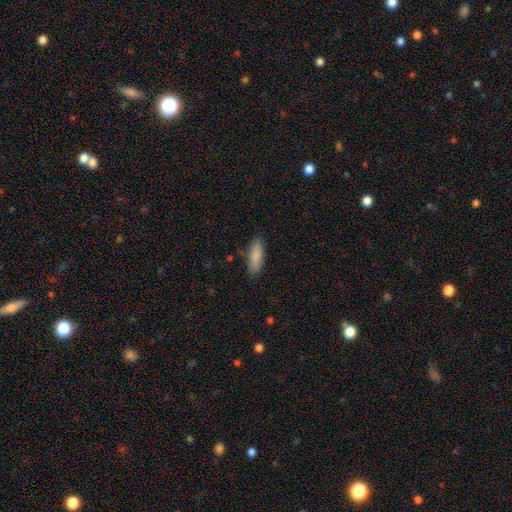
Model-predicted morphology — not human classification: The model was most divided on "how rounded": in between: 65%, cigar-shaped: 33%, round: 2%. More confident: smooth or featured — smooth (86%); merging — none (81%).